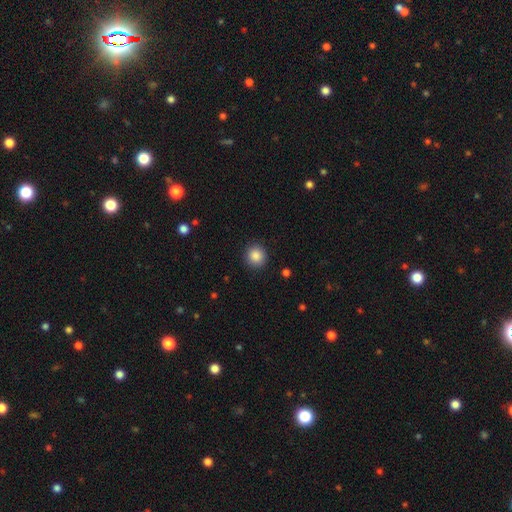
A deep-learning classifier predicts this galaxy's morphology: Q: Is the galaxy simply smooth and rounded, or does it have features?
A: smooth — 87%.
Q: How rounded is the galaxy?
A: round — 92%.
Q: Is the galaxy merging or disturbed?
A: none — 90%.